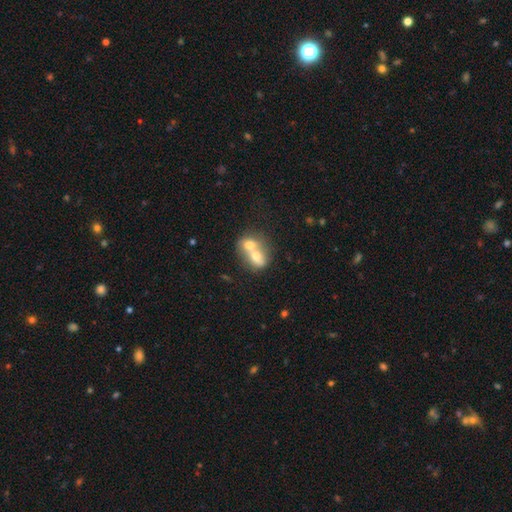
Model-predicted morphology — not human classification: Smooth or featured? smooth (64%)
How rounded? in between (57%)
Merging? merger (77%)